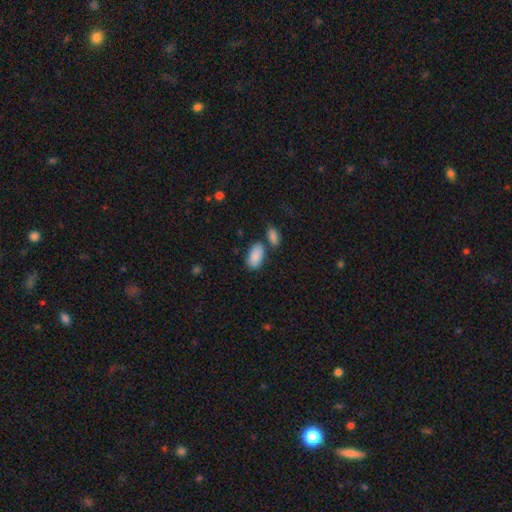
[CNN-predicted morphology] Smooth or featured? Predicted: smooth (p=0.89). How rounded? Predicted: in between (p=0.94). Merging? Predicted: none (p=0.64).